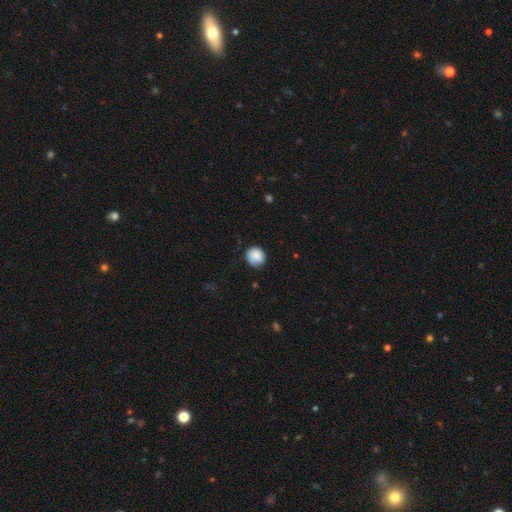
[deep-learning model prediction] smooth 86%, star or artifact 8%, featured or disk 6%. Down the decision tree: how rounded — round (88%); merging — none (78%).